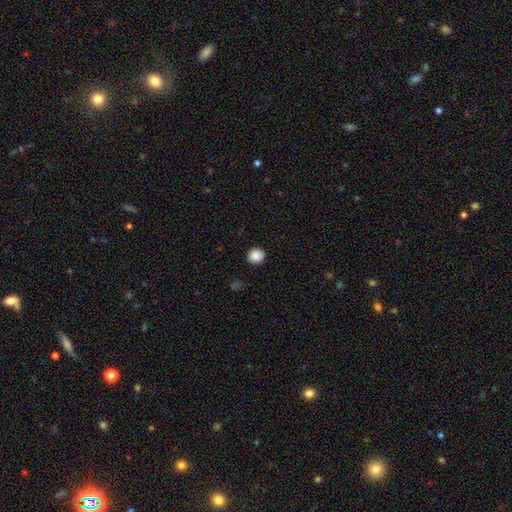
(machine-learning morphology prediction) Smooth or featured?
  - smooth: 88% *
  - star or artifact: 9%
  - featured or disk: 3%
How rounded?
  - round: 84% *
  - in between: 15%
  - cigar-shaped: 1%
Merging?
  - none: 90% *
  - minor disturbance: 7%
  - major disturbance: 2%
  - merger: 1%